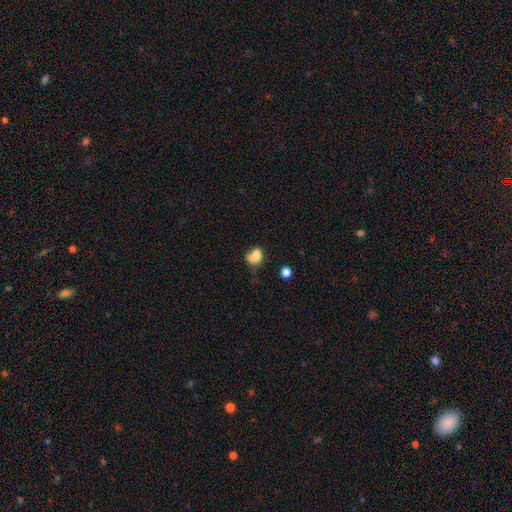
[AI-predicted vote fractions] smooth-or-featured: smooth: 74% | featured or disk: 15% | star or artifact: 11%
  how-rounded: in between: 56% | round: 42% | cigar-shaped: 1%
  merging: merger: 31% | none: 30% | minor disturbance: 23% | major disturbance: 17%